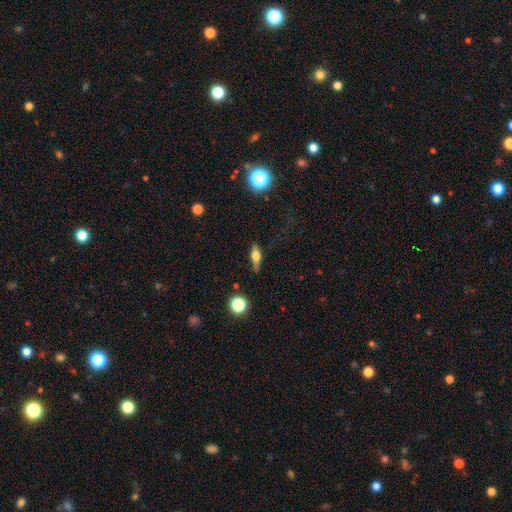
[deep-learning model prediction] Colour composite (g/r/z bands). It shows a smooth galaxy with no disk features (47%). Merging: none (77%).